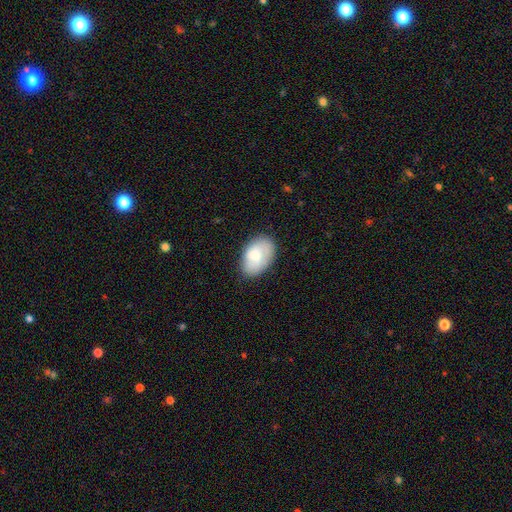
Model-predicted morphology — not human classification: Smooth or featured? Predicted: smooth (p=0.75). How rounded? Predicted: in between (p=0.91). Merging? Predicted: none (p=0.75).